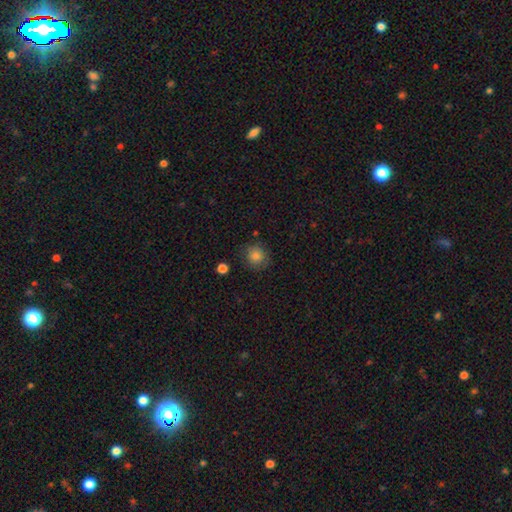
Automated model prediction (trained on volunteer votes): Smooth or featured?
  - smooth: 82% *
  - star or artifact: 11%
  - featured or disk: 7%
How rounded?
  - round: 88% *
  - in between: 11%
  - cigar-shaped: 1%
Merging?
  - none: 80% *
  - minor disturbance: 14%
  - major disturbance: 4%
  - merger: 2%